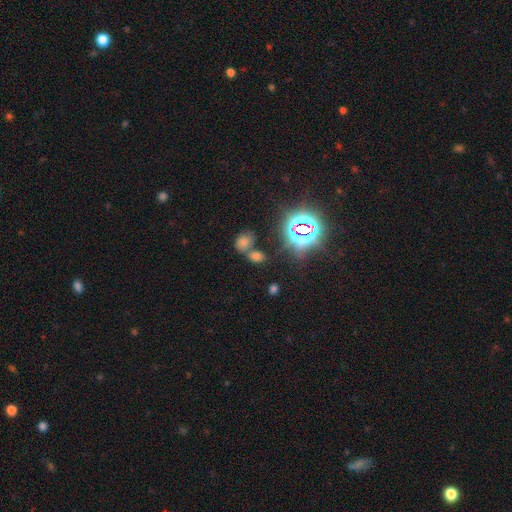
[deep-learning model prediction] A smooth galaxy with no disk features (51%) that is in between round and cigar-shaped (75%). Merging: none (49%).